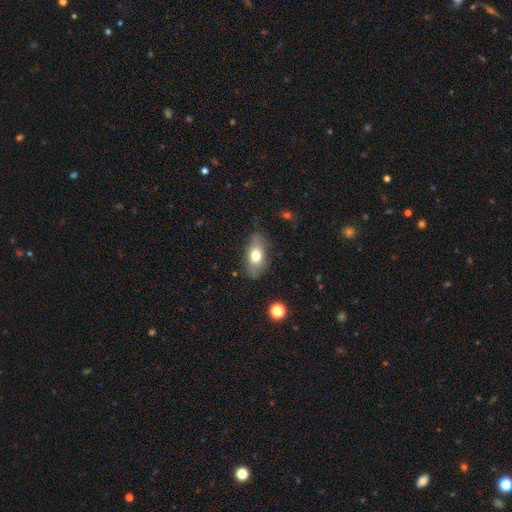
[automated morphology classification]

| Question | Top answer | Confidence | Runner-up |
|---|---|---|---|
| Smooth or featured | smooth | 68% | featured or disk (24%) |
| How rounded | in between | 85% | cigar-shaped (8%) |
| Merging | none | 79% | minor disturbance (16%) |